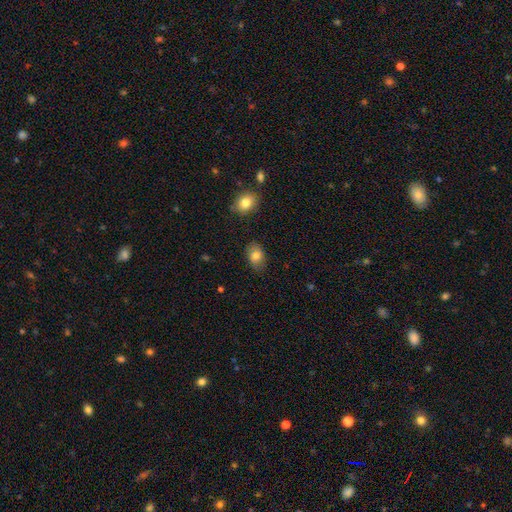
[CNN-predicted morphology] This appears to be a smooth galaxy with no disk features (81%) that is in between round and cigar-shaped (80%). Merging: none (81%).